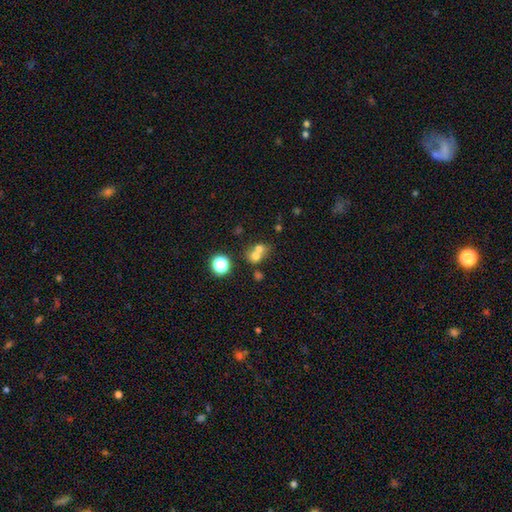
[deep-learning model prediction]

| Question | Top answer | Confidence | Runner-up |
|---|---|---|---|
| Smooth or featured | smooth | 66% | star or artifact (17%) |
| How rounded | round | 75% | in between (24%) |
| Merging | merger | 58% | none (33%) |